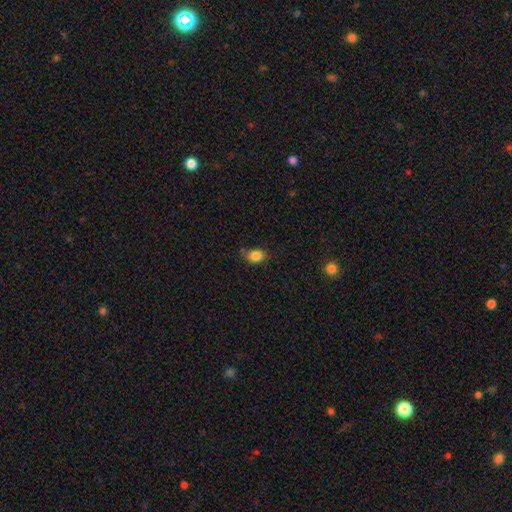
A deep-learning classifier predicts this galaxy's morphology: This is clearly a smooth galaxy (85%). How rounded: likely in between (71%). Merging: likely none (66%).